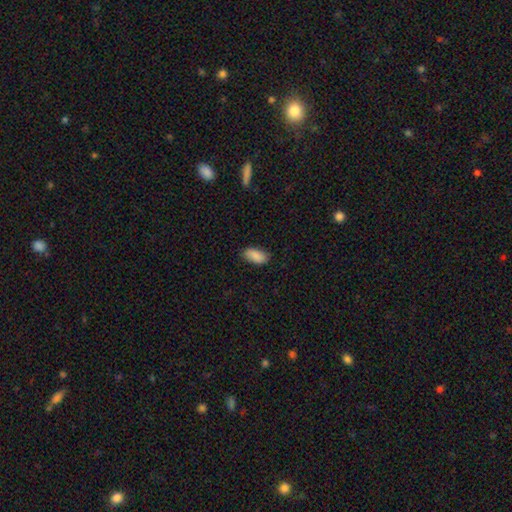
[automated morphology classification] Smooth or featured: smooth — 89% (star or artifact — 6%)
How rounded: in between — 92% (cigar-shaped — 6%)
Merging: none — 85% (minor disturbance — 12%)